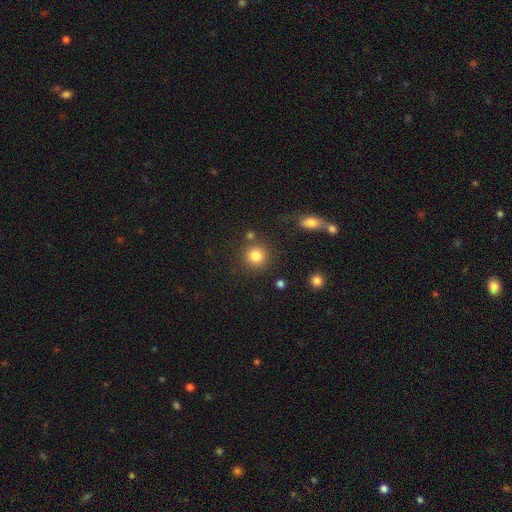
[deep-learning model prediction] This appears to be a smooth galaxy with no disk features (83%) that is round (91%). Merging: none (80%).